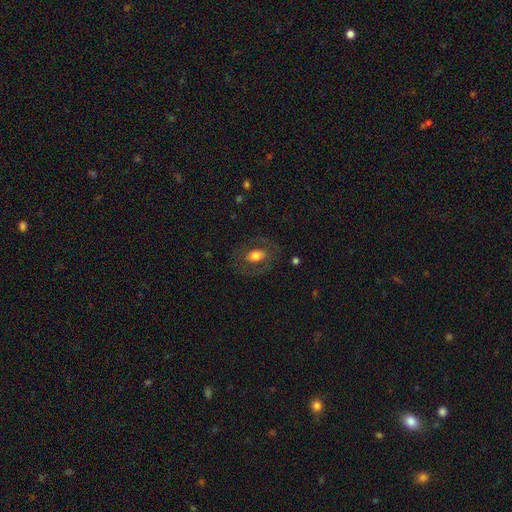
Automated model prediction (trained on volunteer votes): Smooth or featured? Predicted: smooth (p=0.59). How rounded? Predicted: in between (p=0.76). Merging? Predicted: none (p=0.77).